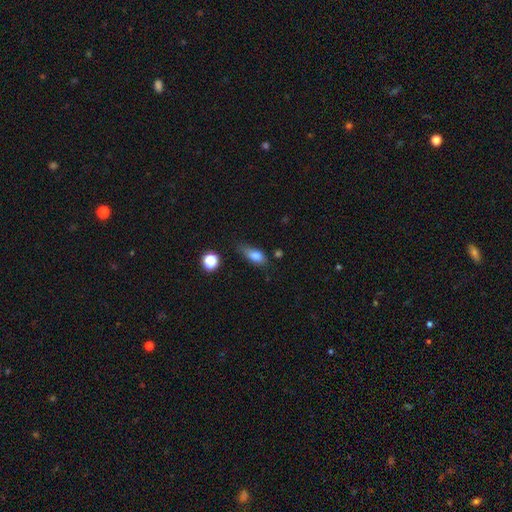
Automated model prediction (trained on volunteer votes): Q: Smooth or featured?
A: smooth (78%); runner-up: featured or disk (12%)
Q: How rounded?
A: in between (73%); runner-up: cigar-shaped (18%)
Q: Merging?
A: none (46%); runner-up: minor disturbance (36%)